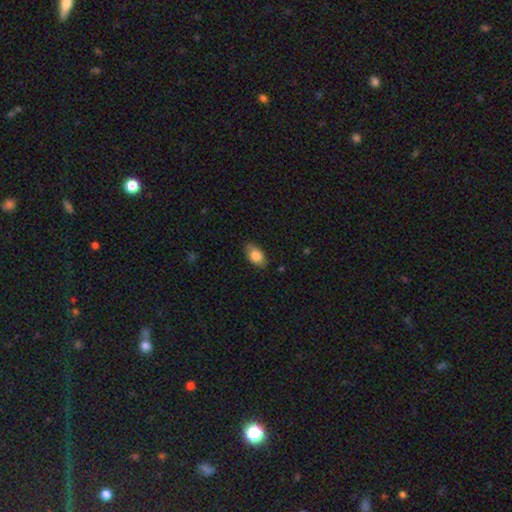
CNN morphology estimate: Smooth or featured? Predicted: smooth (p=0.80). How rounded? Predicted: in between (p=0.90). Merging? Predicted: none (p=0.81).